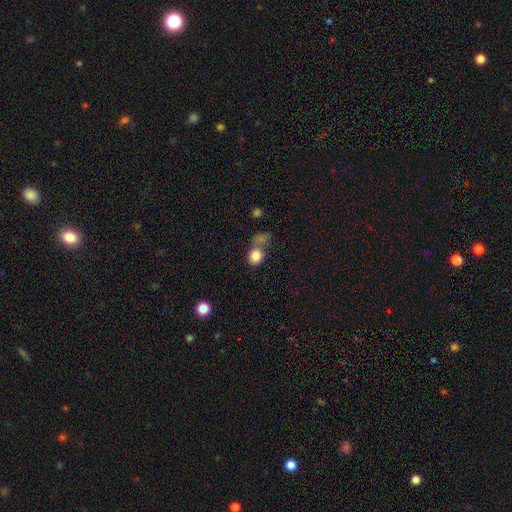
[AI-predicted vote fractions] A smooth galaxy with no disk features (84%) that is round (70%).

Vote fractions:
- Smooth or featured? smooth: 84% / star or artifact: 10% / featured or disk: 7%
- How rounded? round: 70% / in between: 28% / cigar-shaped: 1%
- Merging? none: 46% / merger: 34% / minor disturbance: 12% / major disturbance: 8%